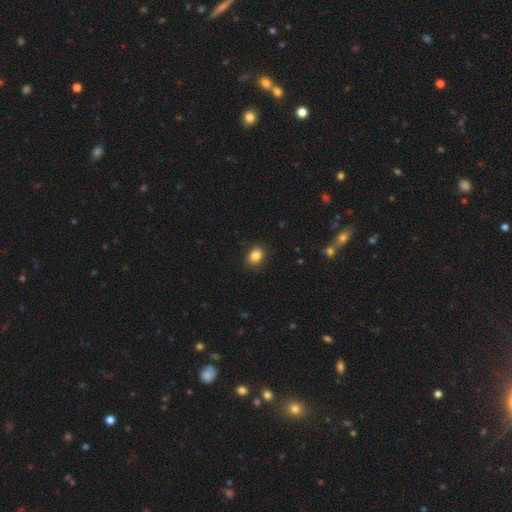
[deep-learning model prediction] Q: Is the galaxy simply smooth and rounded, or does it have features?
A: smooth — 85%.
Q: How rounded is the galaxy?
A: in between — 52%.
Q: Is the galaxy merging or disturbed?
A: none — 88%.